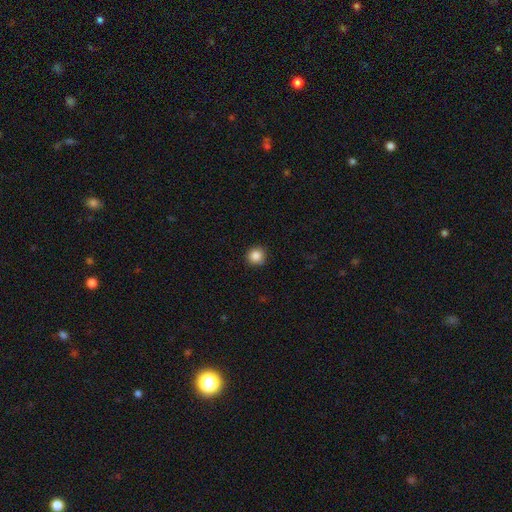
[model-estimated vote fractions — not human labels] This appears to be a smooth galaxy with no disk features (86%) that is round (93%). Merging: none (89%).